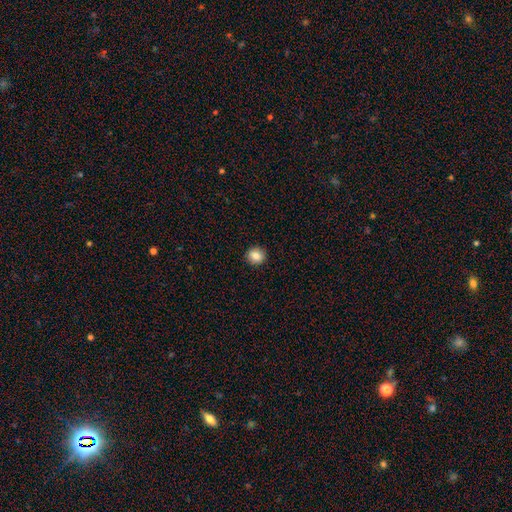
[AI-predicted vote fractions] A smooth galaxy with no disk features (84%) that is round (88%).

Vote fractions:
- Smooth or featured? smooth: 84% / star or artifact: 9% / featured or disk: 7%
- How rounded? round: 88% / in between: 11% / cigar-shaped: 1%
- Merging? none: 92% / minor disturbance: 5% / major disturbance: 2% / merger: 1%